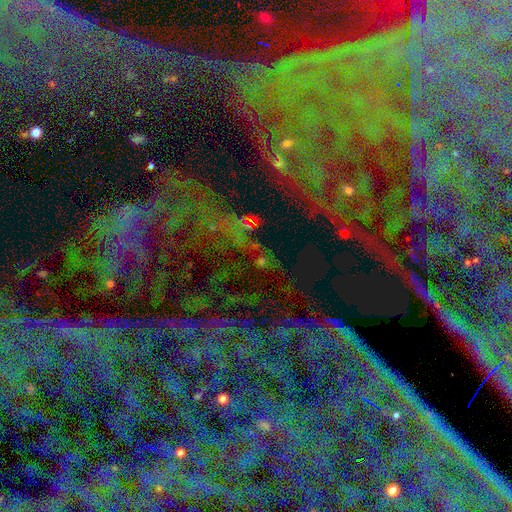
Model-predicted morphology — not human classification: star or artifact 84%, featured or disk 8%, smooth 8%.